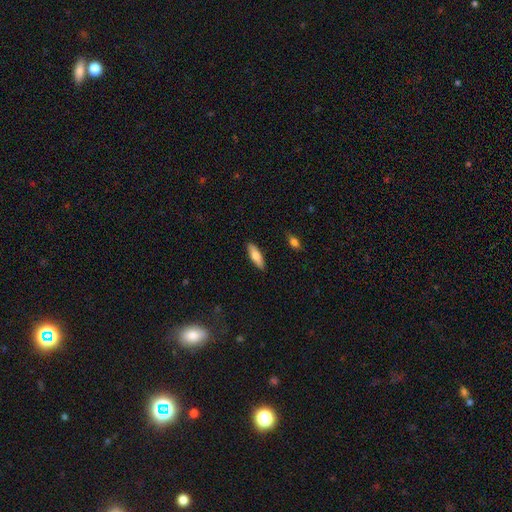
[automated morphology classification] type=smooth (69%); roundness=in between (49%, tied with cigar-shaped); merging=none (89%).